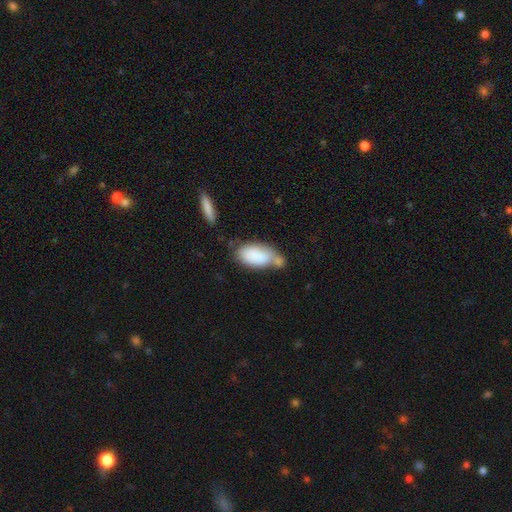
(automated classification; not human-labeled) smooth-or-featured: smooth: 82% | featured or disk: 12% | star or artifact: 7%
  how-rounded: in between: 93% | cigar-shaped: 4% | round: 3%
  merging: none: 36% | merger: 33% | minor disturbance: 22% | major disturbance: 9%